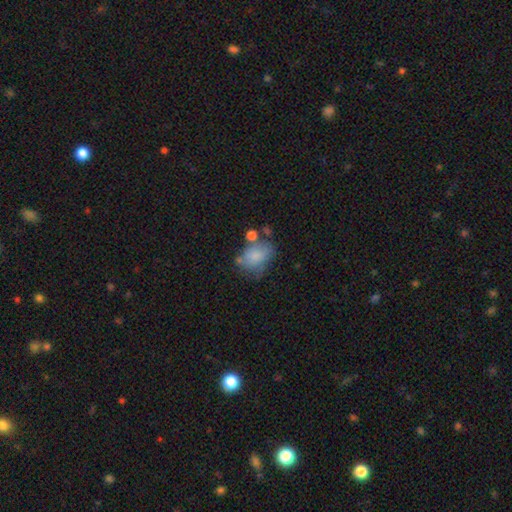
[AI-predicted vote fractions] Smooth or featured: smooth — 76% (featured or disk — 15%)
How rounded: in between — 76% (round — 23%)
Merging: none — 45% (minor disturbance — 25%)